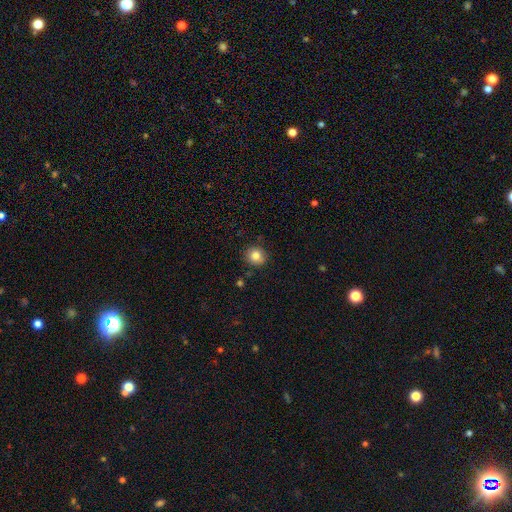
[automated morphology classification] smooth-or-featured: smooth: 82% | star or artifact: 10% | featured or disk: 7%
  how-rounded: round: 88% | in between: 11% | cigar-shaped: 1%
  merging: none: 88% | minor disturbance: 9% | major disturbance: 2% | merger: 2%